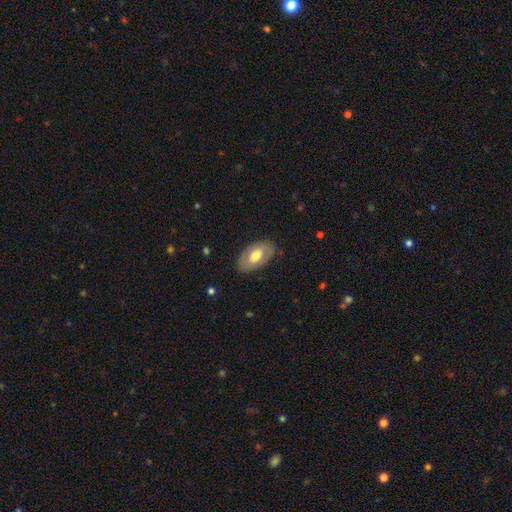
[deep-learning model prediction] The model was most divided on "smooth or featured": smooth: 56%, featured or disk: 38%, star or artifact: 6%. More confident: how rounded — in between (93%); merging — none (82%).